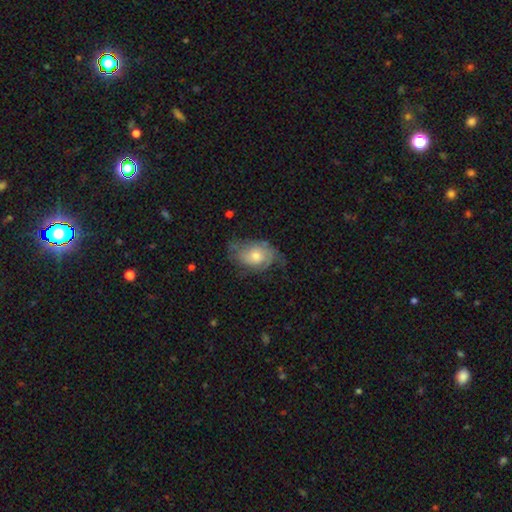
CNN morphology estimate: Smooth or featured: featured or disk — 55% (smooth — 38%)
Edge-on disk: no — 95% (yes — 5%)
Bar: no — 80% (weak — 18%)
Spiral arms: yes — 78% (no — 22%)
Bulge size: moderate — 62% (small — 27%)
Merging: none — 54% (minor disturbance — 29%)